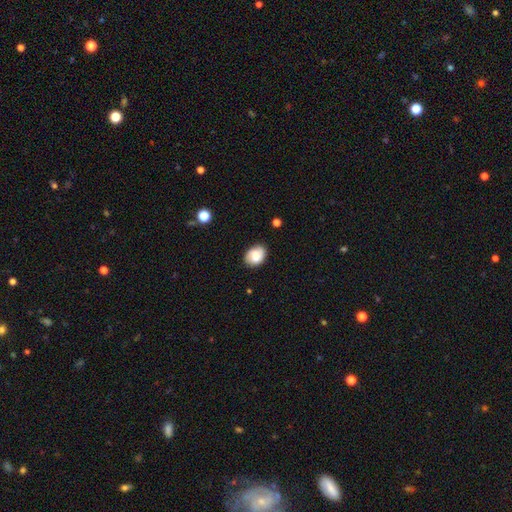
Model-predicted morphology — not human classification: The model was most divided on "how rounded": in between: 70%, round: 29%, cigar-shaped: 1%. More confident: merging — none (80%); smooth or featured — smooth (69%).